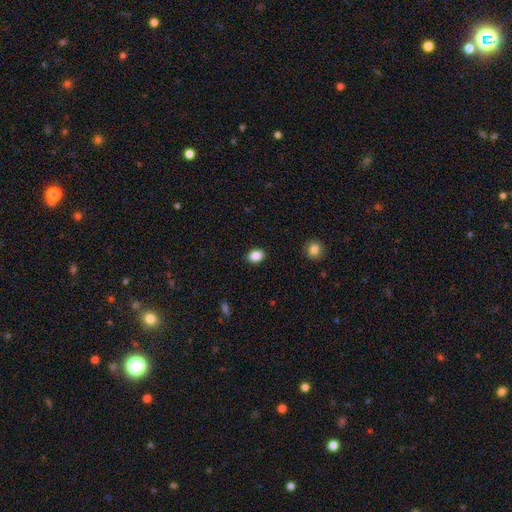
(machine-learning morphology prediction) Smooth or featured?
  - smooth: 87% *
  - star or artifact: 9%
  - featured or disk: 4%
How rounded?
  - in between: 72% *
  - round: 27%
  - cigar-shaped: 1%
Merging?
  - none: 89% *
  - minor disturbance: 8%
  - major disturbance: 2%
  - merger: 1%